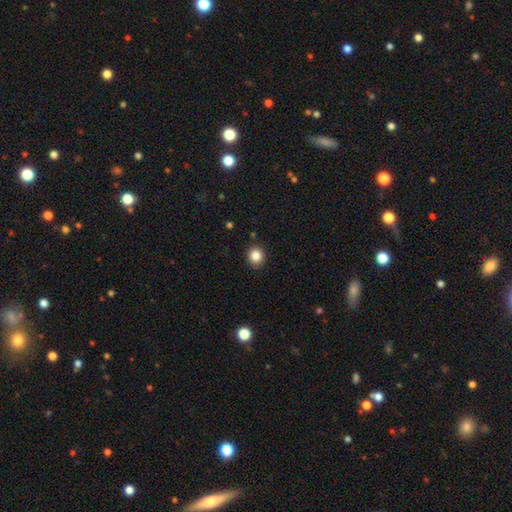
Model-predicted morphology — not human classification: A smooth galaxy with no disk features (84%) that is round (87%).

Vote fractions:
- Smooth or featured? smooth: 84% / star or artifact: 11% / featured or disk: 5%
- How rounded? round: 87% / in between: 12% / cigar-shaped: 1%
- Merging? none: 90% / minor disturbance: 7% / major disturbance: 2% / merger: 1%